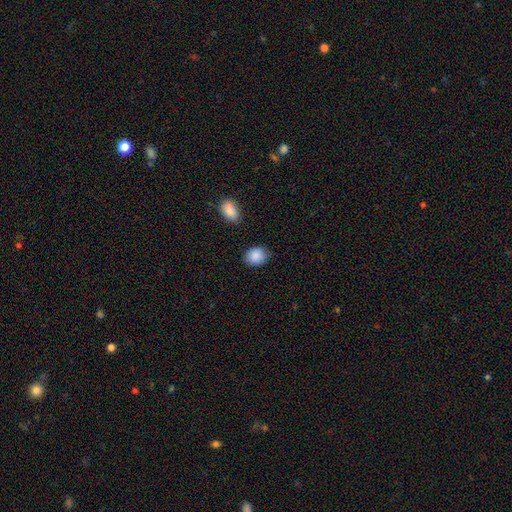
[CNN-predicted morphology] A smooth galaxy with no disk features (90%) that is in between round and cigar-shaped (50%).

Vote fractions:
- Smooth or featured? smooth: 90% / star or artifact: 7% / featured or disk: 3%
- How rounded? in between: 50% / round: 49% / cigar-shaped: 1%
- Merging? none: 82% / minor disturbance: 12% / major disturbance: 3% / merger: 3%